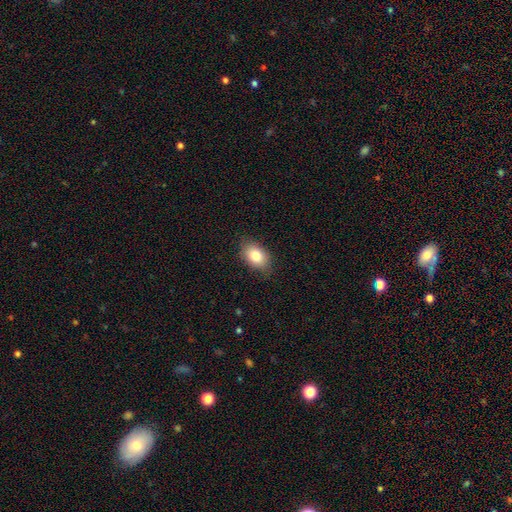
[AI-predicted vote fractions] This is clearly a smooth galaxy (81%). How rounded: clearly in between (83%). Merging: clearly none (83%).